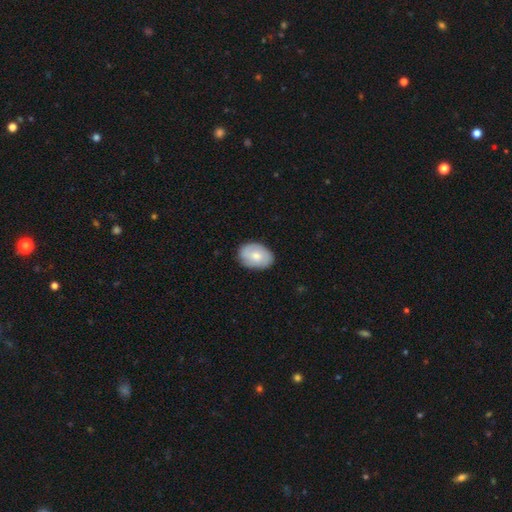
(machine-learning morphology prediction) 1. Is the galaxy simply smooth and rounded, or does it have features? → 56% smooth, 38% featured or disk, 6% star or artifact.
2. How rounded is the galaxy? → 79% in between, 20% round, 1% cigar-shaped.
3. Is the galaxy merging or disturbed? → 82% none, 14% minor disturbance, 3% major disturbance, 1% merger.